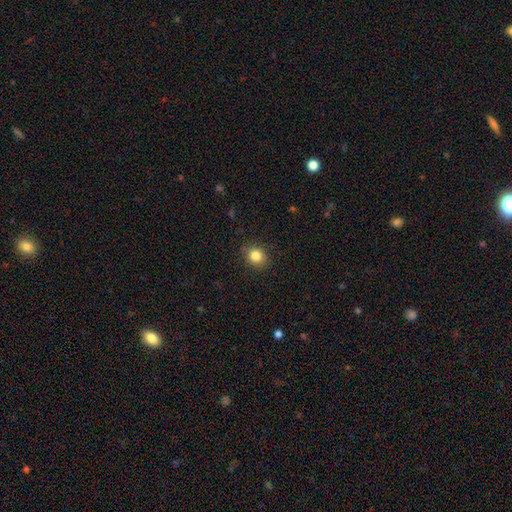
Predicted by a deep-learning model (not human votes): smooth_or_featured: smooth (p=0.84) [alt: star or artifact p=0.10]
how_rounded: round (p=0.76) [alt: in between p=0.23]
merging: none (p=0.87) [alt: minor disturbance p=0.10]